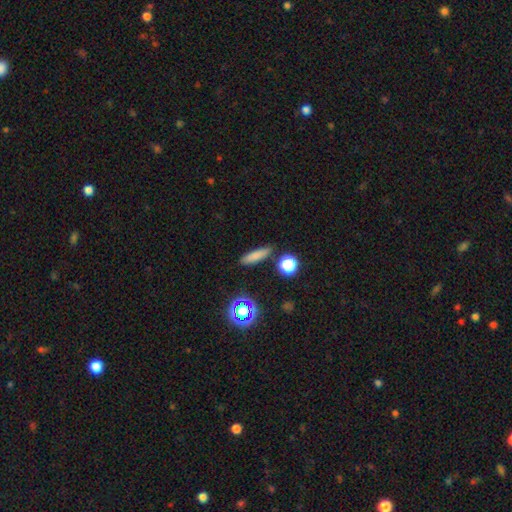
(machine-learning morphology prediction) Smooth or featured: smooth — 77% (star or artifact — 14%)
How rounded: cigar-shaped — 73% (in between — 22%)
Merging: none — 87% (minor disturbance — 8%)